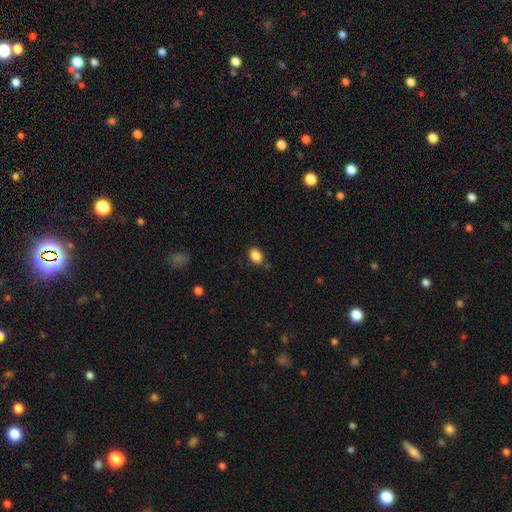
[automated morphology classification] Q: Smooth or featured?
A: smooth (86%); runner-up: star or artifact (10%)
Q: How rounded?
A: in between (73%); runner-up: round (26%)
Q: Merging?
A: none (80%); runner-up: minor disturbance (14%)